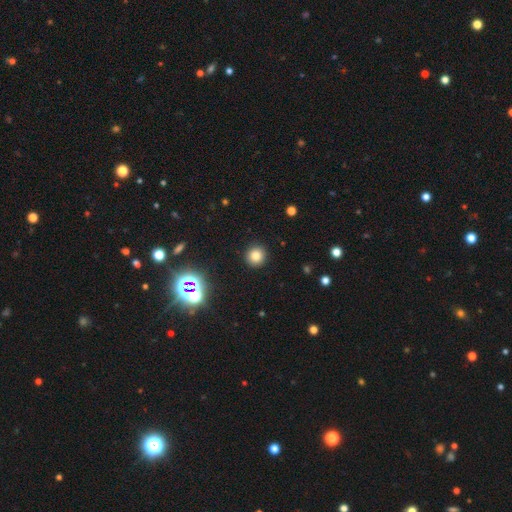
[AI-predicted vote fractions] A smooth galaxy with no disk features (77%) that is round (93%).

Vote fractions:
- Smooth or featured? smooth: 77% / star or artifact: 16% / featured or disk: 6%
- How rounded? round: 93% / in between: 6% / cigar-shaped: 1%
- Merging? none: 92% / minor disturbance: 5% / major disturbance: 2% / merger: 1%